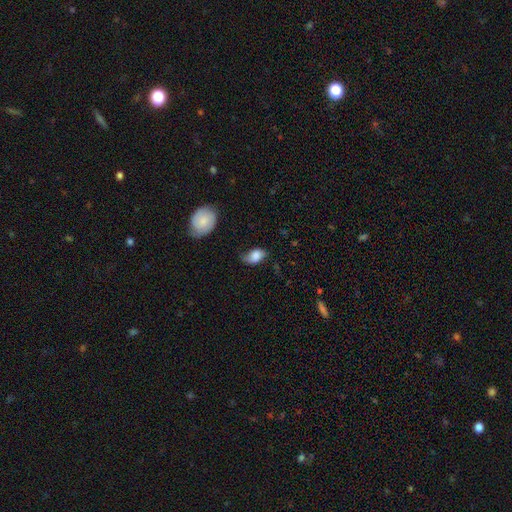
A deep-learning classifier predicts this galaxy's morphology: Smooth or featured? Predicted: smooth (p=0.74). How rounded? Predicted: in between (p=0.86). Merging? Predicted: none (p=0.46).